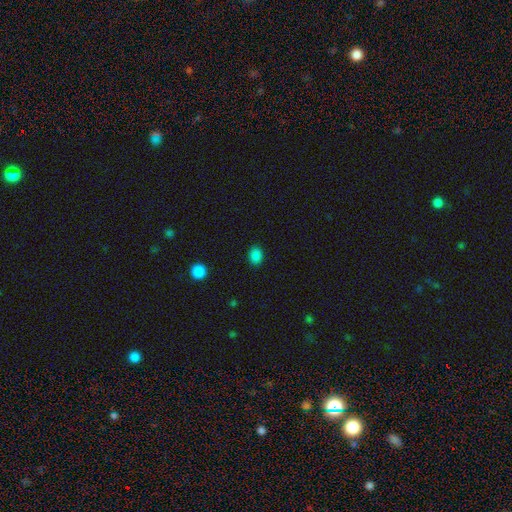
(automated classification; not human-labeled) The model was most divided on "how rounded": in between: 59%, round: 40%, cigar-shaped: 1%. More confident: merging — none (89%); smooth or featured — smooth (85%).